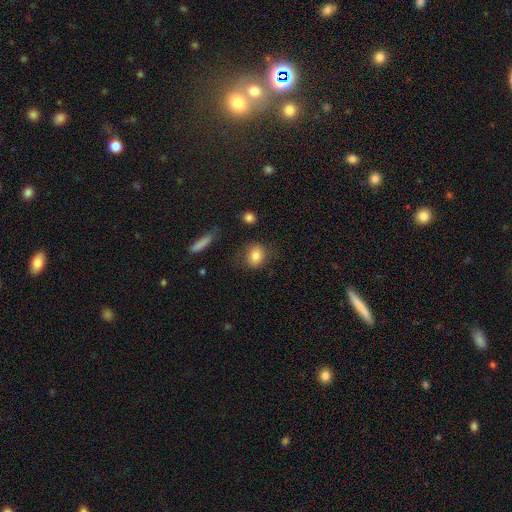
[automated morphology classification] type=smooth (82%); roundness=round (56%); merging=none (75%).